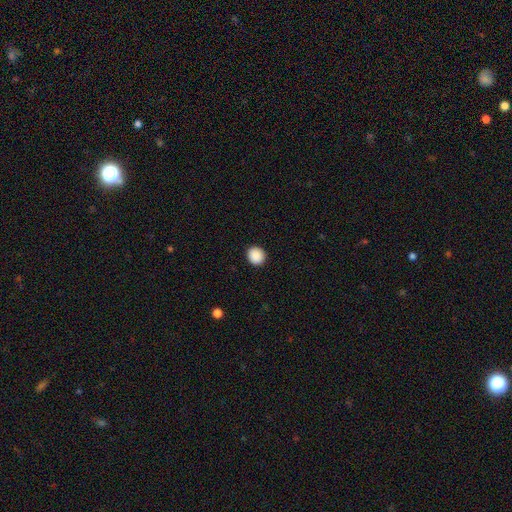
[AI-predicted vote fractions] A smooth galaxy with no disk features (90%) that is round (90%). Merging: none (93%).